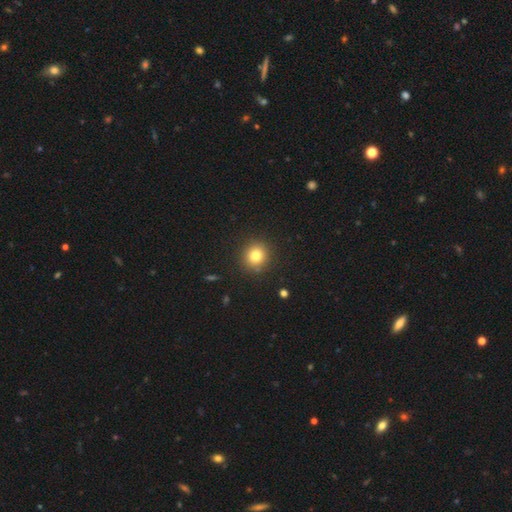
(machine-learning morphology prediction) A smooth galaxy with no disk features (80%) that is round (90%).

Vote fractions:
- Smooth or featured? smooth: 80% / star or artifact: 12% / featured or disk: 8%
- How rounded? round: 90% / in between: 9% / cigar-shaped: 1%
- Merging? none: 90% / minor disturbance: 7% / major disturbance: 2% / merger: 1%